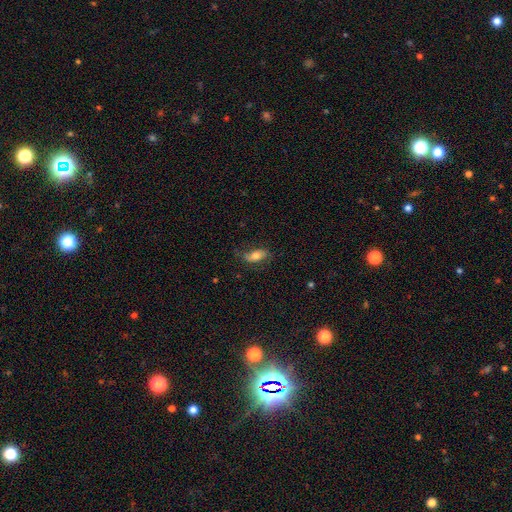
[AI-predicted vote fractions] This appears to be a smooth galaxy with no disk features (59%) that is in between round and cigar-shaped (84%). Merging: none (66%).